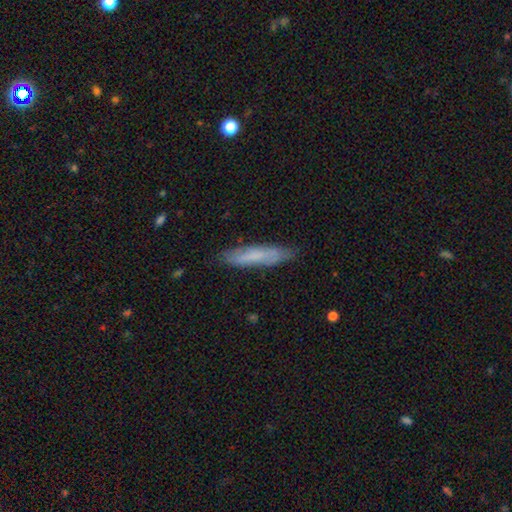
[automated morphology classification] A smooth galaxy with no disk features (69%) that is cigar-shaped (85%).

Vote fractions:
- Smooth or featured? smooth: 69% / featured or disk: 24% / star or artifact: 6%
- How rounded? cigar-shaped: 85% / in between: 14% / round: 1%
- Merging? none: 82% / minor disturbance: 14% / major disturbance: 3% / merger: 1%